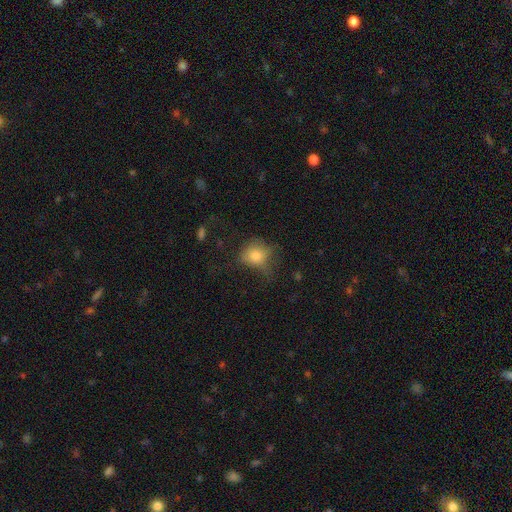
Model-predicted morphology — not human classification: Overall: smooth (75%). How rounded: round (66%; in between 33%). Merging: none (46%; minor disturbance 27%).